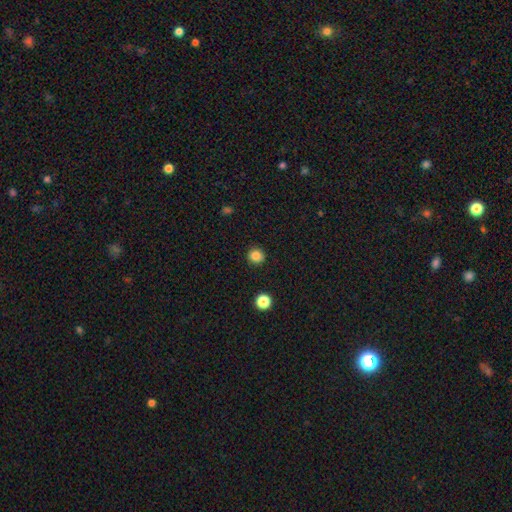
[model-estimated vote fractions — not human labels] Overall: smooth (85%). How rounded: round (93%). Merging: none (91%).